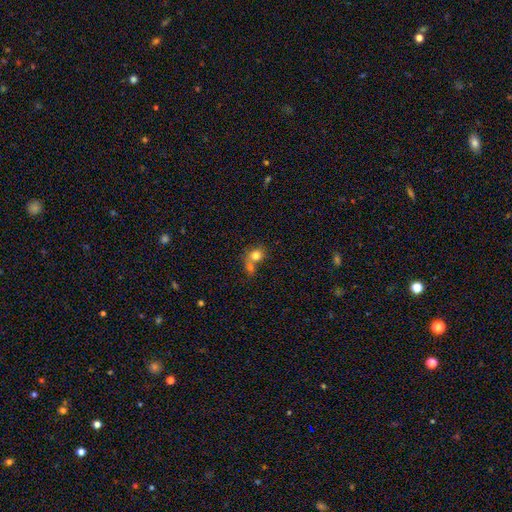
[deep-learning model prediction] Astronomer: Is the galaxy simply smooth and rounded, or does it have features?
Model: smooth — 78%.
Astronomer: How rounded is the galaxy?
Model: round — 73%.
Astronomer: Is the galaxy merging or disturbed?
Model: merger — 52% (runner-up: none, 34%).